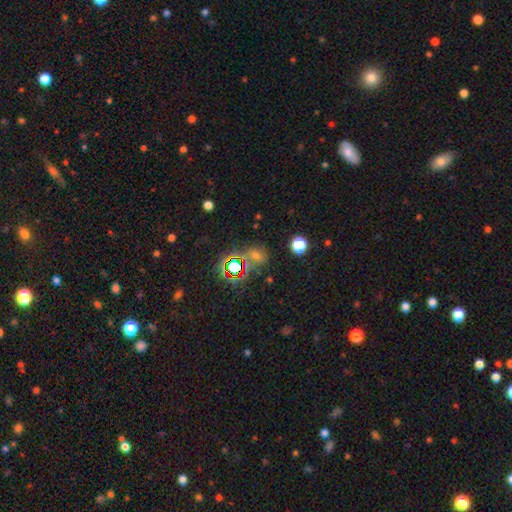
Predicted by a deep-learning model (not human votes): A star or artifact, not a galaxy (56%).

Vote fractions:
- Smooth or featured? star or artifact: 56% / smooth: 32% / featured or disk: 11%